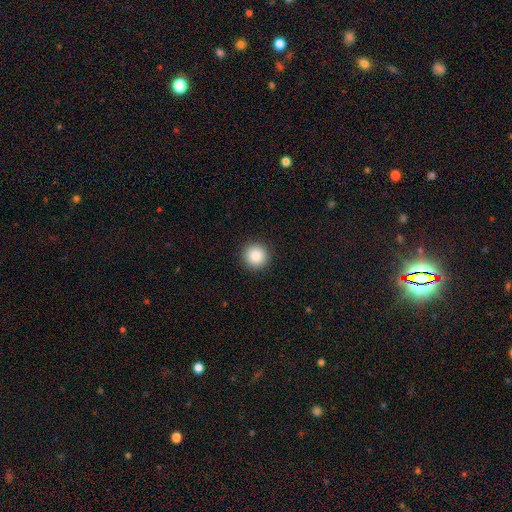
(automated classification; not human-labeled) This appears to be a smooth galaxy with no disk features (87%) that is round (95%). Merging: none (93%).